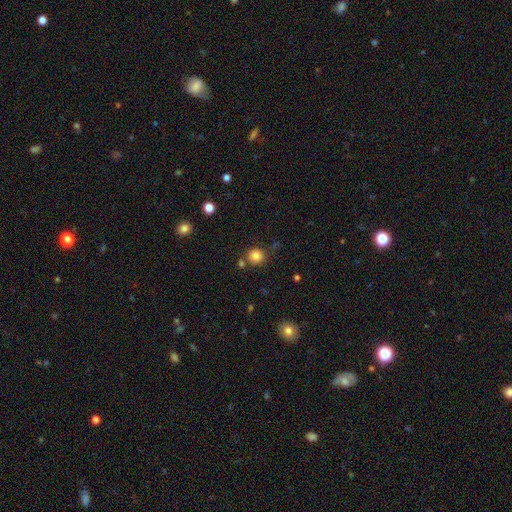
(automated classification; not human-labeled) A smooth galaxy with no disk features (83%) that is round (89%).

Vote fractions:
- Smooth or featured? smooth: 83% / star or artifact: 12% / featured or disk: 5%
- How rounded? round: 89% / in between: 10% / cigar-shaped: 1%
- Merging? none: 74% / merger: 11% / minor disturbance: 11% / major disturbance: 4%